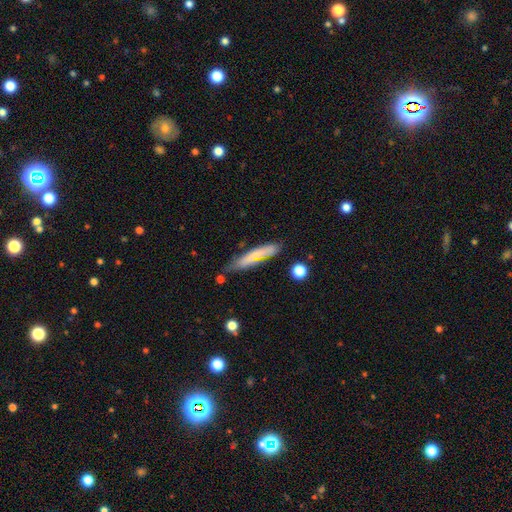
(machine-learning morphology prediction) This appears to be a smooth galaxy with no disk features (64%) that is cigar-shaped (86%). Merging: none (68%).